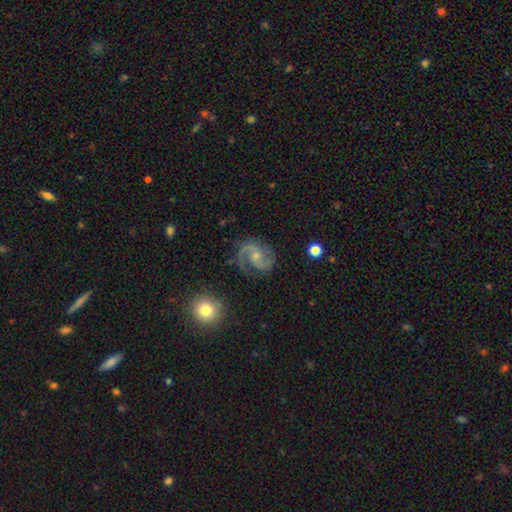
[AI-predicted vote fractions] Overall: featured or disk (89%). Edge-on disk: no (98%). Bar: no (53%; weak 39%). Spiral arms: yes (98%). Spiral arm count: 2 (91%). Spiral winding: medium (57%; loose 27%). Bulge size: small (61%; moderate 32%). Merging: none (75%).